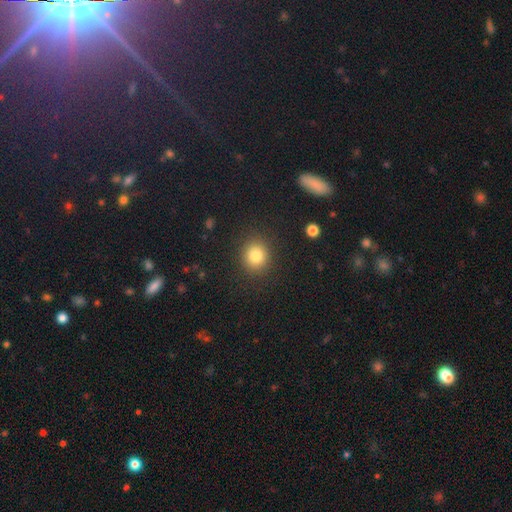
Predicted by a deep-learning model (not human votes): This is clearly a smooth galaxy (81%). How rounded: clearly round (83%). Merging: clearly none (89%).